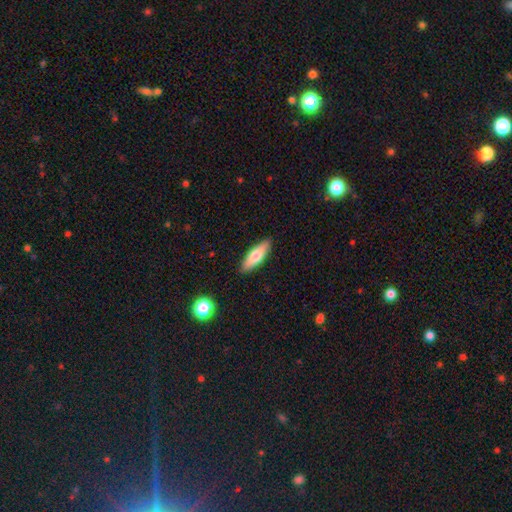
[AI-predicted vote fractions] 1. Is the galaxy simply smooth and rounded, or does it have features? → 70% smooth, 24% featured or disk, 6% star or artifact.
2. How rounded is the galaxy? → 51% cigar-shaped, 47% in between, 2% round.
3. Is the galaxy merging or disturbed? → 89% none, 8% minor disturbance, 2% major disturbance, 1% merger.